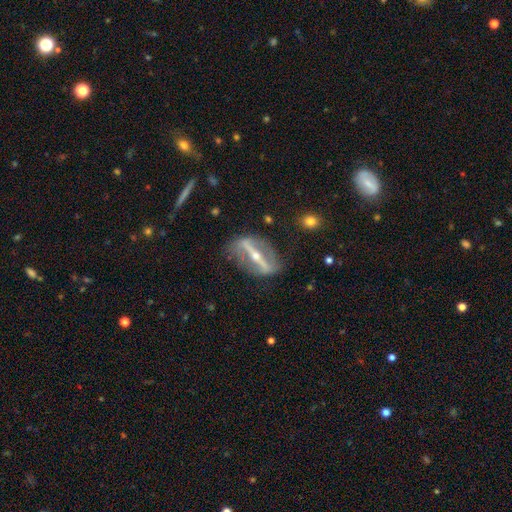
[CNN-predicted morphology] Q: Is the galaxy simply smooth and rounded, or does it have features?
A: featured or disk — 85%.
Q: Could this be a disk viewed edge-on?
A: no — 61%.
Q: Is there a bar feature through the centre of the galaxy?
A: strong — 87%.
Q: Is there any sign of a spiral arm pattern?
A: yes — 51%.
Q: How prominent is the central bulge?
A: small — 56%.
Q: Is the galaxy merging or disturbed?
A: none — 73%.